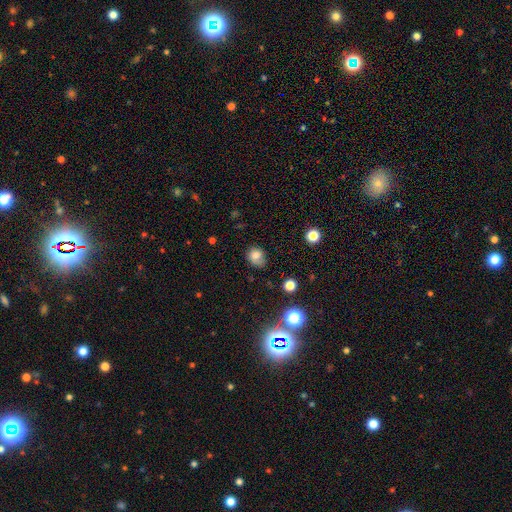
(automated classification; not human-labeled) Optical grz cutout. It shows a smooth galaxy with no disk features (78%) that is round (61%). Merging: none (57%).